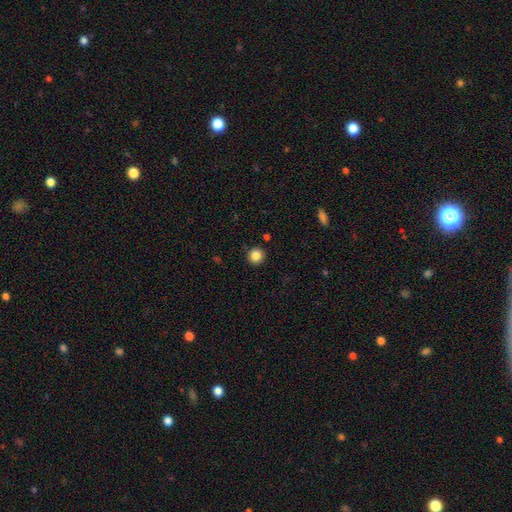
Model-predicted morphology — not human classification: smooth 84%, star or artifact 11%, featured or disk 5%. Down the decision tree: how rounded — round (95%); merging — none (92%).